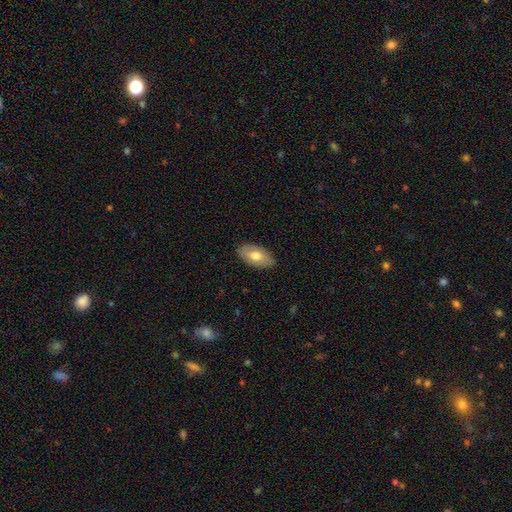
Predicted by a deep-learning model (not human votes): A smooth galaxy with no disk features (69%) that is in between round and cigar-shaped (93%).

Vote fractions:
- Smooth or featured? smooth: 69% / featured or disk: 25% / star or artifact: 6%
- How rounded? in between: 93% / cigar-shaped: 4% / round: 3%
- Merging? none: 85% / minor disturbance: 12% / major disturbance: 2% / merger: 1%